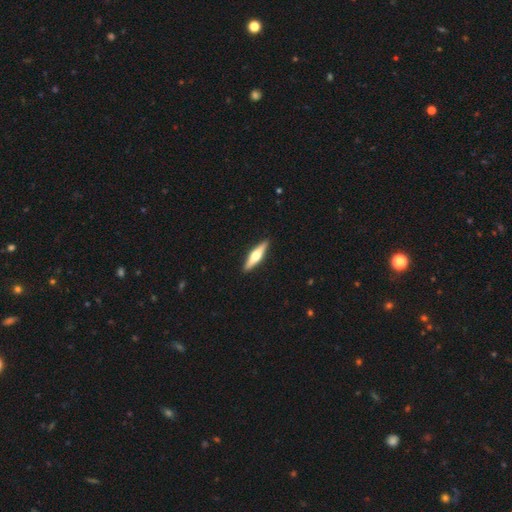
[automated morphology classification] smooth_or_featured: featured or disk (p=0.57) [alt: smooth p=0.38]
disk_edge_on: yes (p=0.96) [alt: no p=0.04]
edge_on_bulge: rounded (p=0.94) [alt: boxy p=0.03]
merging: none (p=0.92) [alt: minor disturbance p=0.06]